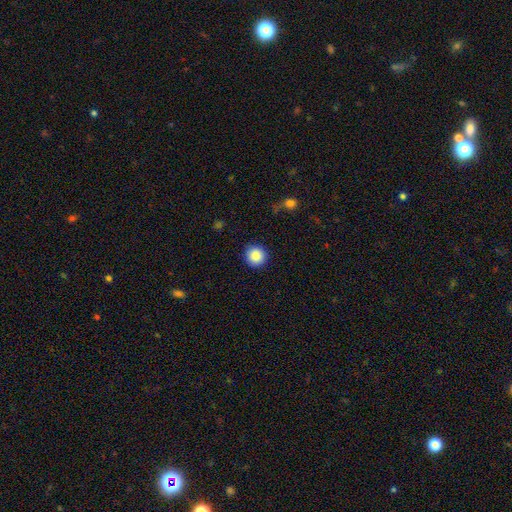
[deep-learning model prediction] Overall: smooth (87%). How rounded: round (94%). Merging: none (90%).